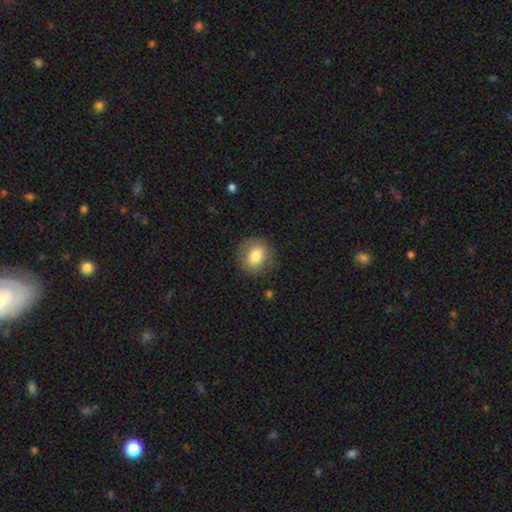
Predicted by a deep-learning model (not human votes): Overall: smooth (76%). How rounded: round (66%; in between 33%). Merging: none (84%).